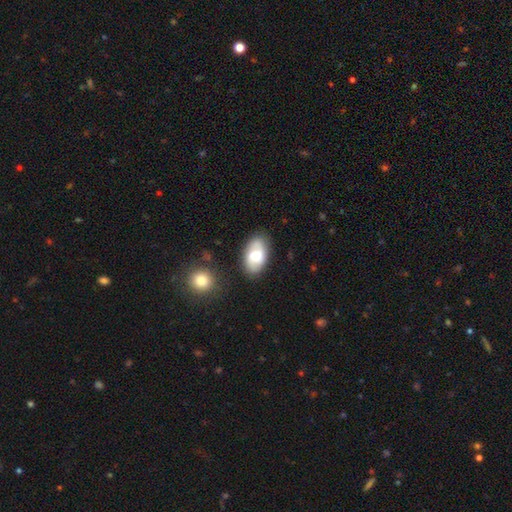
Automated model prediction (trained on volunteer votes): smooth-or-featured: smooth: 50% | featured or disk: 44% | star or artifact: 7%
  merging: none: 78% | minor disturbance: 15% | major disturbance: 4% | merger: 3%